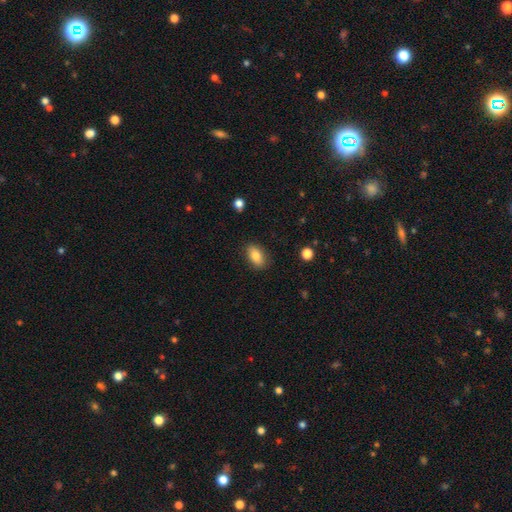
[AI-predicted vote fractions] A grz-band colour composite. It shows a smooth galaxy with no disk features (82%) that is in between round and cigar-shaped (88%). Merging: none (85%).